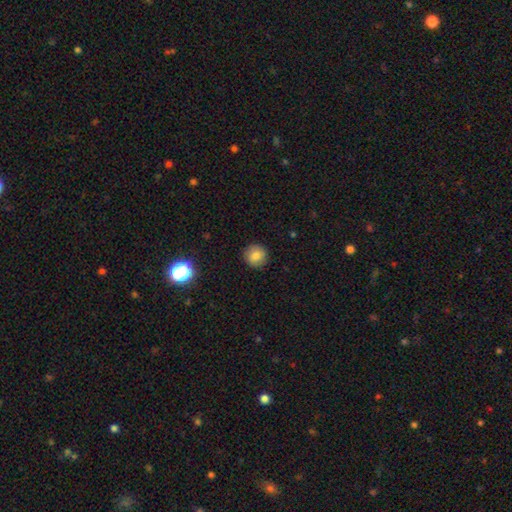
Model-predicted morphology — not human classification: This appears to be a smooth galaxy with no disk features (80%) that is round (93%). Merging: none (90%).